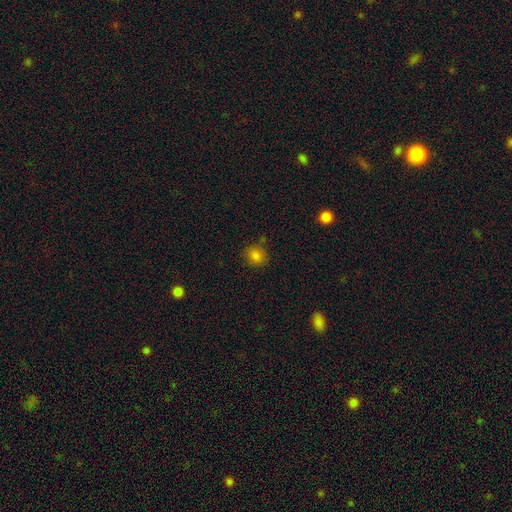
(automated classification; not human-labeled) smooth 83%, star or artifact 13%, featured or disk 4%. Down the decision tree: how rounded — round (79%); merging — none (81%).